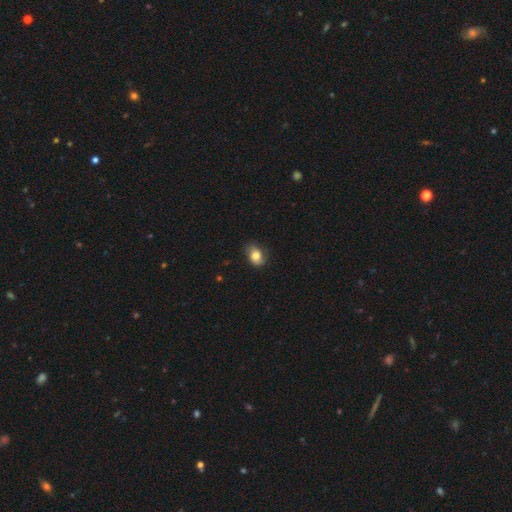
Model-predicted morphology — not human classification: This appears to be a smooth galaxy with no disk features (71%) that is in between round and cigar-shaped (70%). Merging: none (65%).